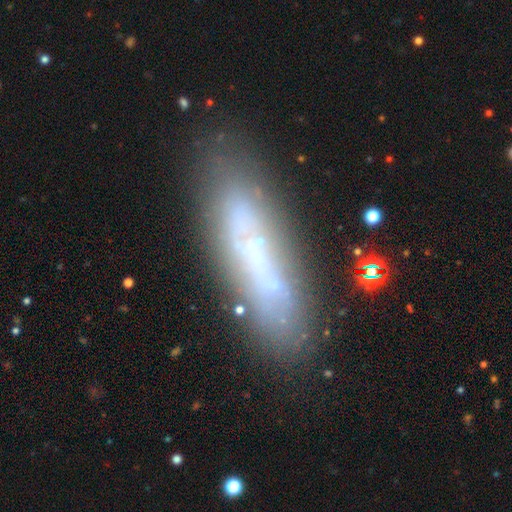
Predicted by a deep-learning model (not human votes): The model was most divided on "smooth or featured": featured or disk: 49%, smooth: 40%, star or artifact: 11%. More confident: merging — none (73%).